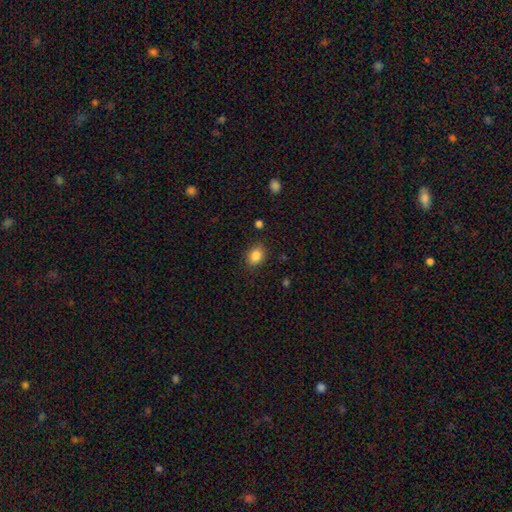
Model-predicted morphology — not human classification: Overall: smooth (85%). How rounded: in between (60%; round 39%). Merging: none (85%).